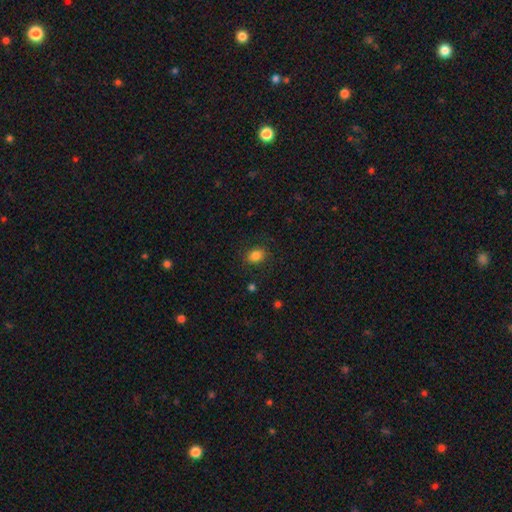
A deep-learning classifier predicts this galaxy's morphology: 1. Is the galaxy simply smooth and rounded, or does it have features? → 84% smooth, 11% star or artifact, 5% featured or disk.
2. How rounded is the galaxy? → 65% in between, 34% round, 1% cigar-shaped.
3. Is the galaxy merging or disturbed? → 83% none, 12% minor disturbance, 4% major disturbance, 1% merger.